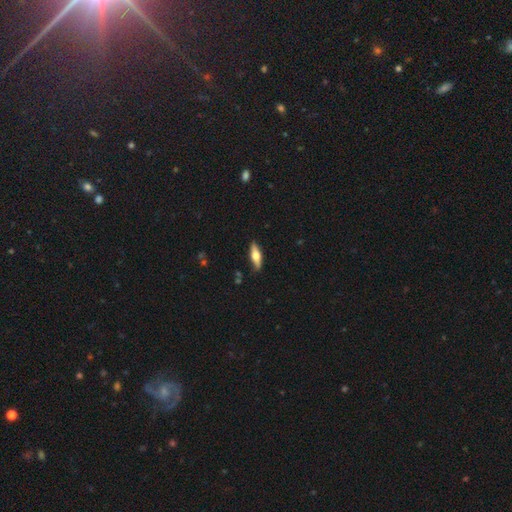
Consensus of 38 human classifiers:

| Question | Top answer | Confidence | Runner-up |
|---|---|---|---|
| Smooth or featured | smooth | 58% | featured or disk (34%) |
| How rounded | cigar-shaped | 64% | in between (36%) |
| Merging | none | 86% | minor disturbance (14%) |